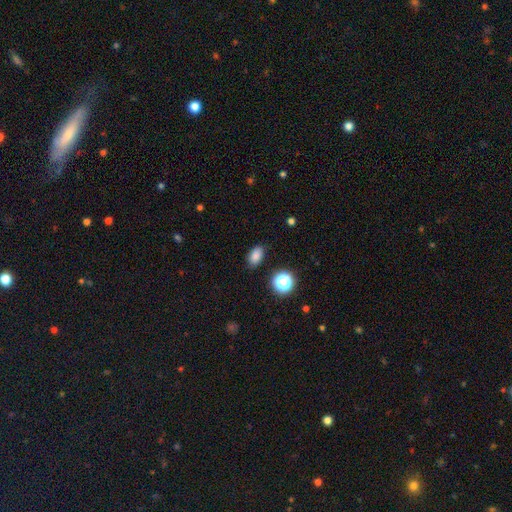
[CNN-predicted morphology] This is clearly a smooth galaxy (82%). How rounded: clearly in between (84%). Merging: clearly none (85%).